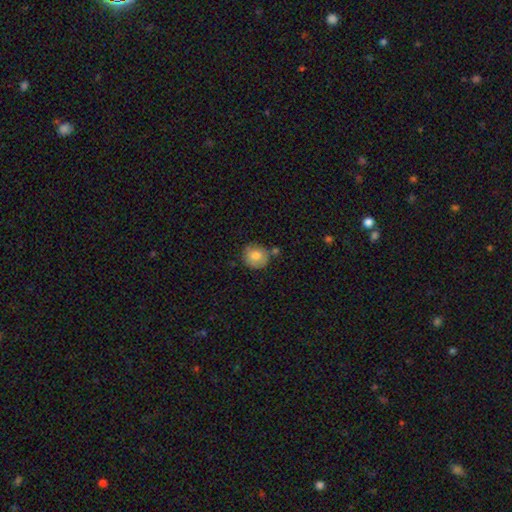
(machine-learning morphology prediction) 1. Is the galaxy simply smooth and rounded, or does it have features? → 77% smooth, 16% featured or disk, 8% star or artifact.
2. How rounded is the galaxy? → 86% round, 13% in between, 1% cigar-shaped.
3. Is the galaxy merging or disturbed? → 68% none, 18% minor disturbance, 10% merger, 4% major disturbance.